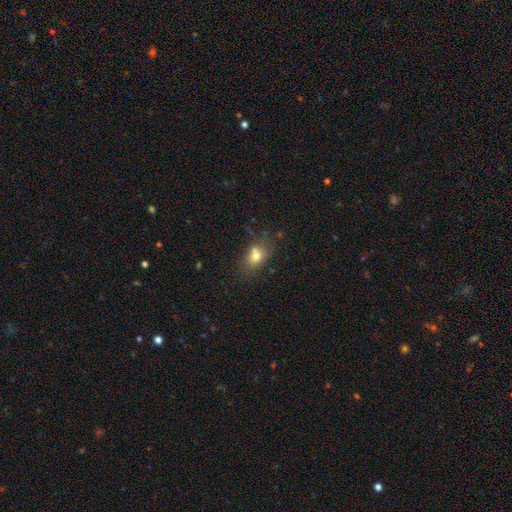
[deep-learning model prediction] The model was most divided on "merging": none: 55%, minor disturbance: 20%, merger: 18%, major disturbance: 8%. More confident: smooth or featured — smooth (72%); how rounded — in between (70%).